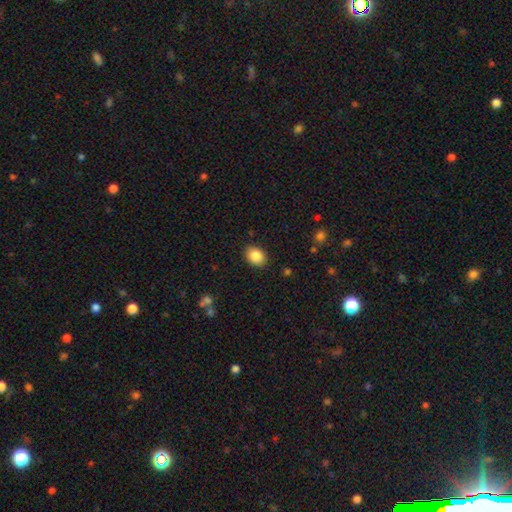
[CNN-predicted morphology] Smooth or featured?
  - smooth: 87% *
  - star or artifact: 8%
  - featured or disk: 5%
How rounded?
  - in between: 60% *
  - round: 39%
  - cigar-shaped: 1%
Merging?
  - none: 88% *
  - minor disturbance: 9%
  - major disturbance: 2%
  - merger: 1%